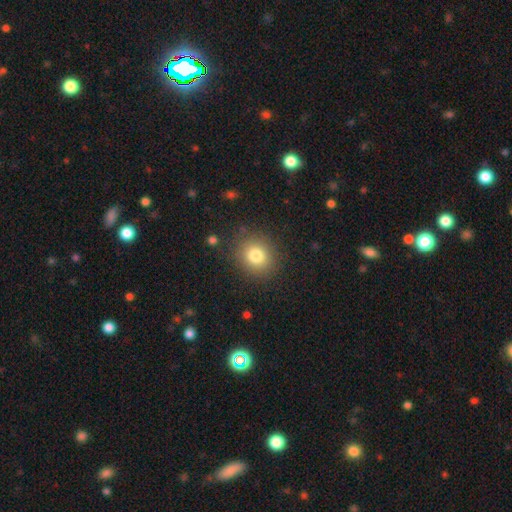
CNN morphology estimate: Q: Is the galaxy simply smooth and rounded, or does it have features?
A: smooth — 79%.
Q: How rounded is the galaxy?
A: round — 80%.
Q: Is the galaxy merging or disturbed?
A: none — 86%.